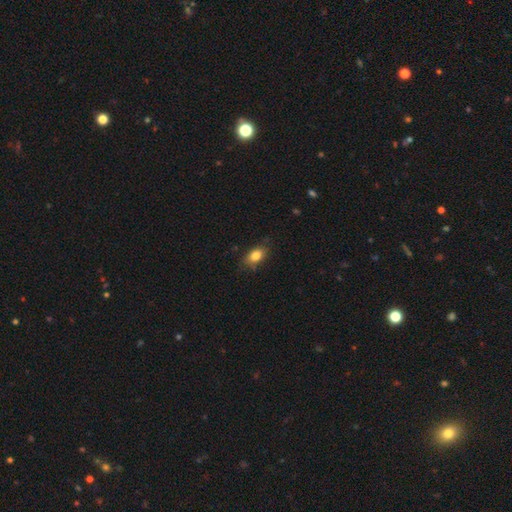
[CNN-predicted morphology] Smooth or featured?
  - smooth: 84% *
  - star or artifact: 8%
  - featured or disk: 8%
How rounded?
  - in between: 85% *
  - round: 12%
  - cigar-shaped: 3%
Merging?
  - none: 76% *
  - minor disturbance: 18%
  - major disturbance: 4%
  - merger: 1%